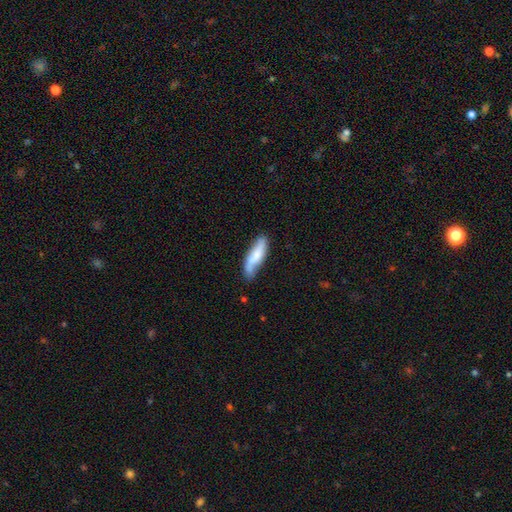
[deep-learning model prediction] Smooth or featured: smooth — 68% (featured or disk — 26%)
How rounded: cigar-shaped — 59% (in between — 39%)
Merging: none — 63% (minor disturbance — 27%)